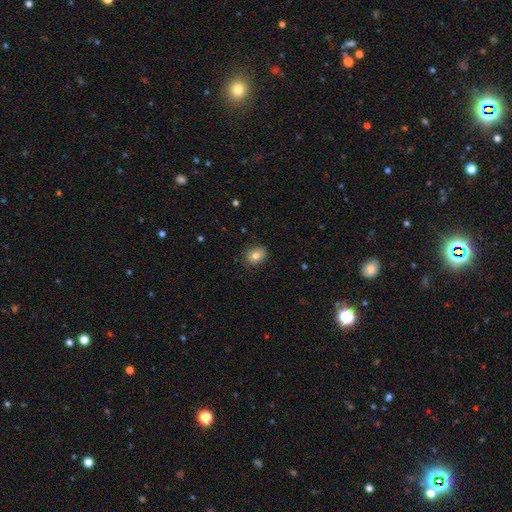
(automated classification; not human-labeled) Smooth or featured: smooth — 80% (featured or disk — 11%)
How rounded: in between — 52% (round — 47%)
Merging: none — 85% (minor disturbance — 12%)